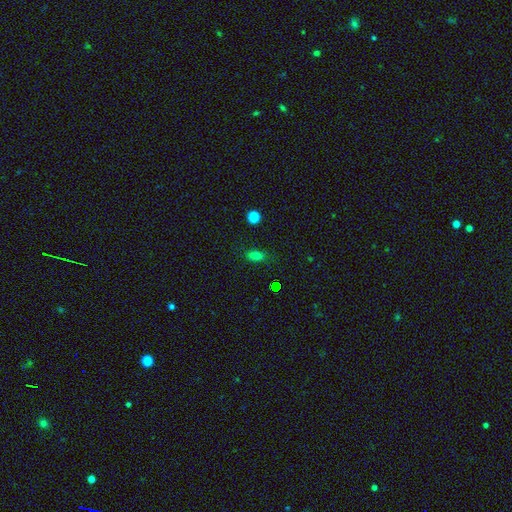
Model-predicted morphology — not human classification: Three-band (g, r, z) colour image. It shows a smooth galaxy with no disk features (76%) that is in between round and cigar-shaped (81%). Merging: none (80%).